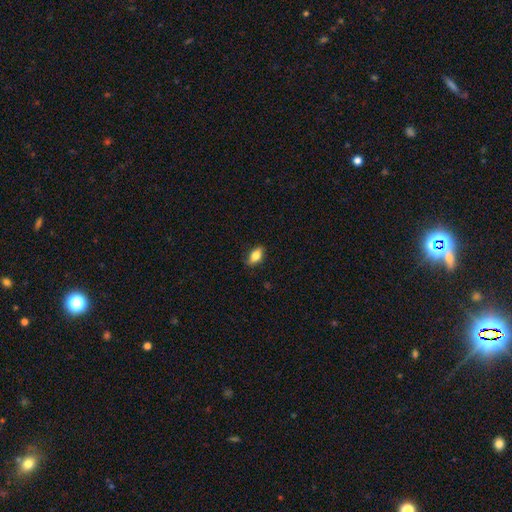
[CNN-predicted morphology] Q: Smooth or featured?
A: smooth (80%); runner-up: featured or disk (13%)
Q: How rounded?
A: in between (86%); runner-up: cigar-shaped (7%)
Q: Merging?
A: none (82%); runner-up: minor disturbance (15%)